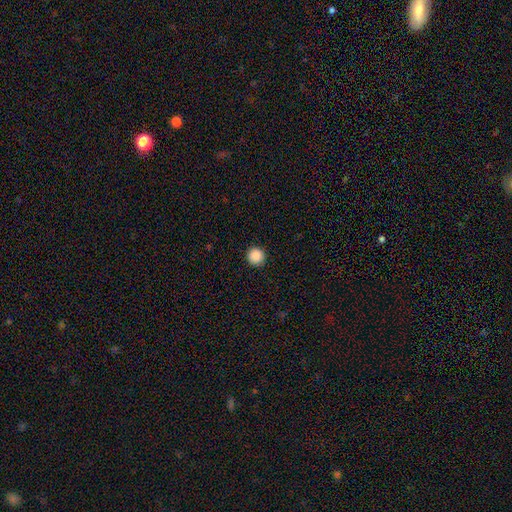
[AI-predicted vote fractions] smooth-or-featured: smooth: 88% | star or artifact: 9% | featured or disk: 2%
  how-rounded: round: 96% | in between: 3% | cigar-shaped: 1%
  merging: none: 93% | minor disturbance: 5% | major disturbance: 2% | merger: 1%